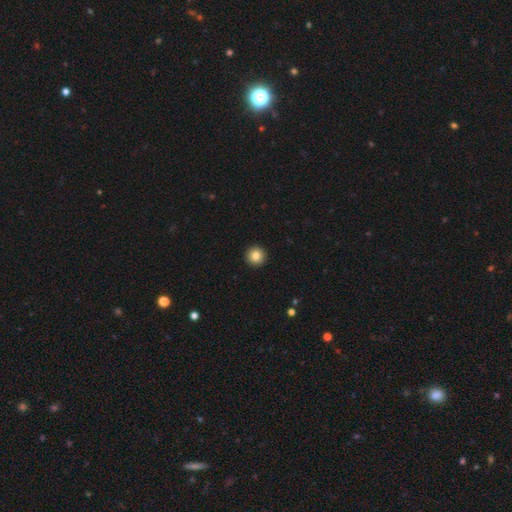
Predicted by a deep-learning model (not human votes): This appears to be a smooth galaxy with no disk features (83%) that is round (96%). Merging: none (94%).